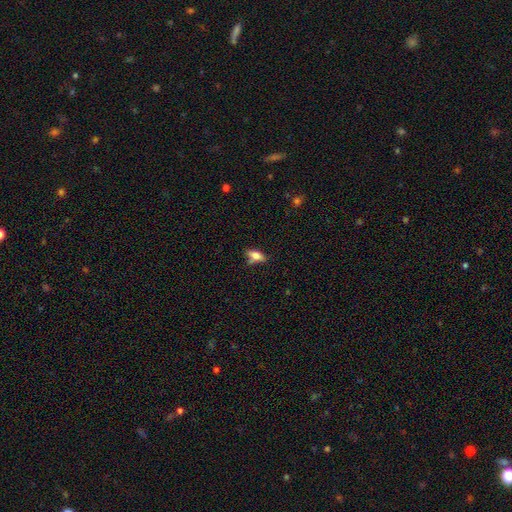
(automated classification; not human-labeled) Q: Smooth or featured?
A: smooth (67%); runner-up: featured or disk (23%)
Q: How rounded?
A: in between (76%); runner-up: cigar-shaped (20%)
Q: Merging?
A: none (57%); runner-up: minor disturbance (24%)